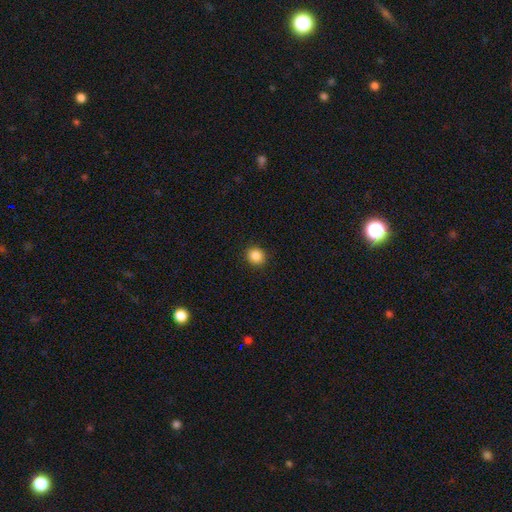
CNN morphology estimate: smooth_or_featured: smooth (p=0.87) [alt: star or artifact p=0.10]
how_rounded: round (p=0.85) [alt: in between p=0.14]
merging: none (p=0.90) [alt: minor disturbance p=0.07]